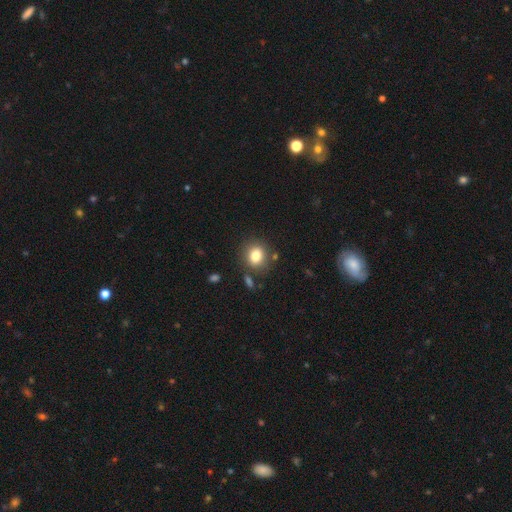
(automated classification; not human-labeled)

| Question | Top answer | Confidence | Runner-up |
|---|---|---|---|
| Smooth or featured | smooth | 81% | star or artifact (11%) |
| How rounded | round | 69% | in between (30%) |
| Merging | none | 81% | minor disturbance (10%) |